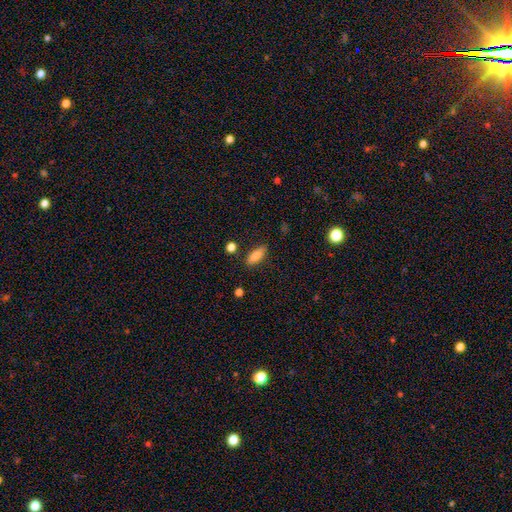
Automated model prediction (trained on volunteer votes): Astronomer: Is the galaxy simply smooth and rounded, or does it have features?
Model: smooth — 85%.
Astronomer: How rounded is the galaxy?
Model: in between — 76%.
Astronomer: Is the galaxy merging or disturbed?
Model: none — 82%.